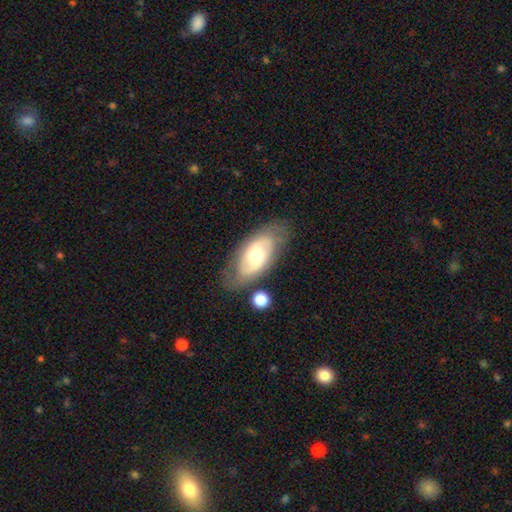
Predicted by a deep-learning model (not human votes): Morphology: type=featured or disk (61%); edge-on=no (90%); bar=no (62%); spiral arms=yes (65%); bulge=moderate (69%); merging=none (72%).